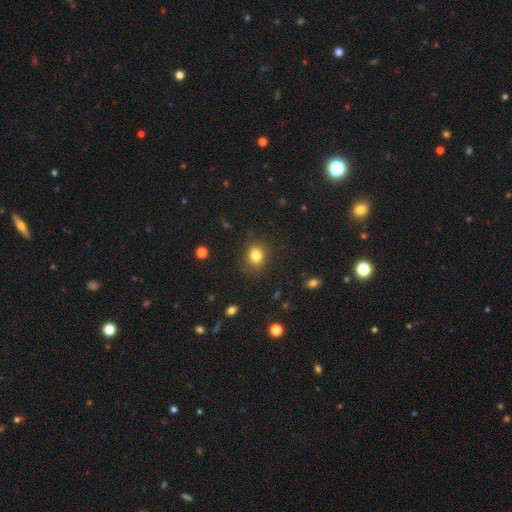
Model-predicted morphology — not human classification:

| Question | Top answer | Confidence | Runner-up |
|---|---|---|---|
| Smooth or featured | smooth | 81% | star or artifact (12%) |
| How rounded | round | 68% | in between (31%) |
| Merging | none | 85% | minor disturbance (10%) |